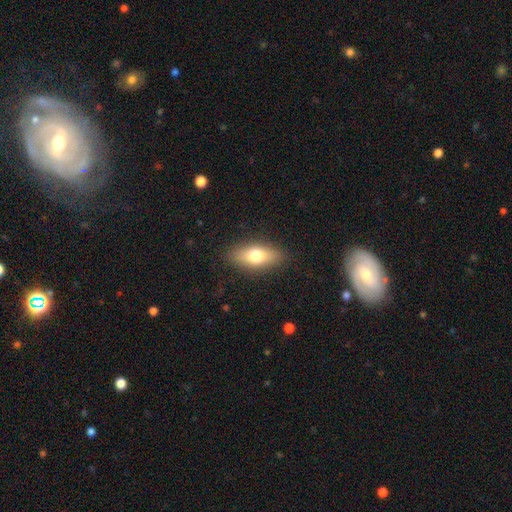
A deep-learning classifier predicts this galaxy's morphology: This is likely a smooth galaxy (70%). How rounded: likely in between (75%). Merging: clearly none (88%).